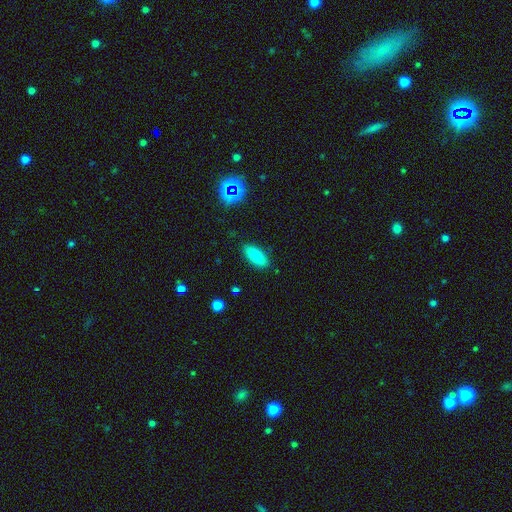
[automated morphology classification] Smooth or featured?
  - smooth: 81% *
  - featured or disk: 10%
  - star or artifact: 9%
How rounded?
  - in between: 77% *
  - cigar-shaped: 21%
  - round: 3%
Merging?
  - none: 86% *
  - minor disturbance: 10%
  - major disturbance: 2%
  - merger: 2%